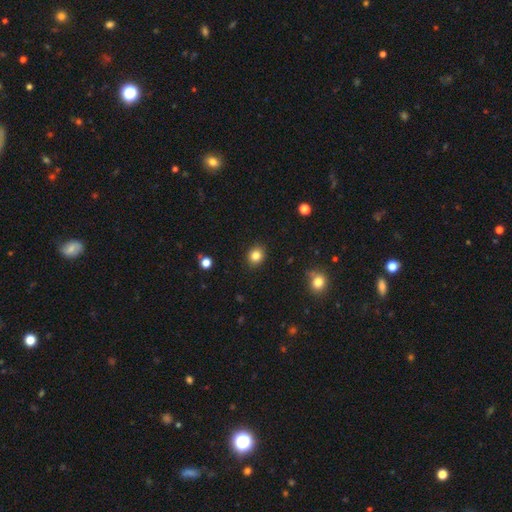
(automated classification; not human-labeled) Overall: smooth (83%). How rounded: round (73%). Merging: none (90%).